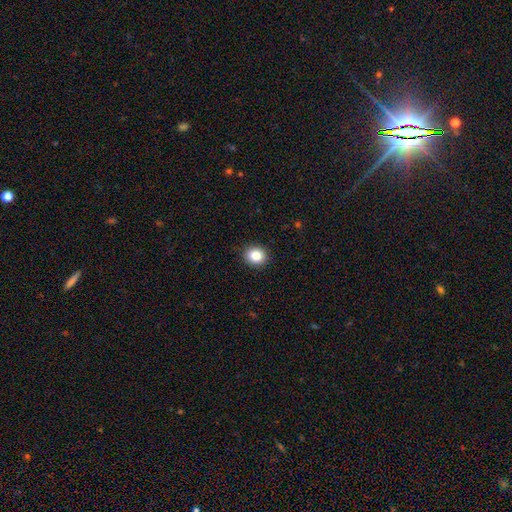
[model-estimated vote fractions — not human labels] A smooth galaxy with no disk features (86%) that is round (78%).

Vote fractions:
- Smooth or featured? smooth: 86% / star or artifact: 10% / featured or disk: 4%
- How rounded? round: 78% / in between: 21% / cigar-shaped: 1%
- Merging? none: 91% / minor disturbance: 6% / major disturbance: 2% / merger: 1%